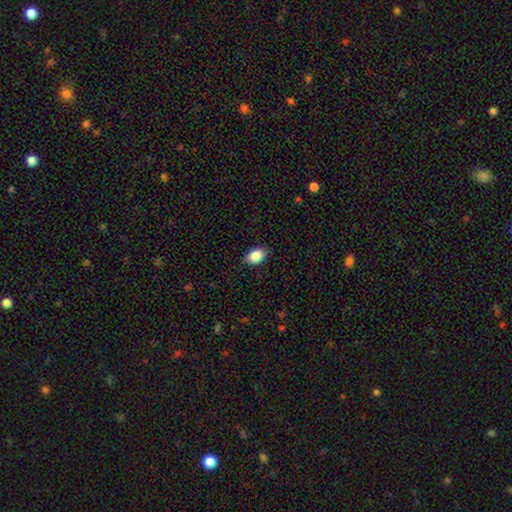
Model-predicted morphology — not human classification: smooth_or_featured: smooth (p=0.87) [alt: star or artifact p=0.08]
how_rounded: in between (p=0.85) [alt: round p=0.14]
merging: none (p=0.85) [alt: minor disturbance p=0.12]